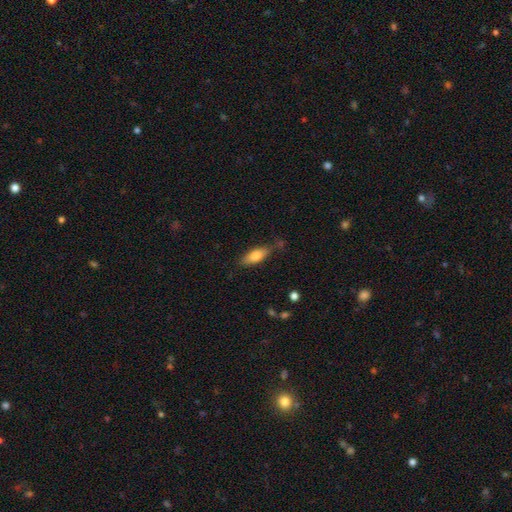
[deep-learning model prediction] Smooth or featured? smooth (74%)
How rounded? in between (65%)
Merging? none (73%)